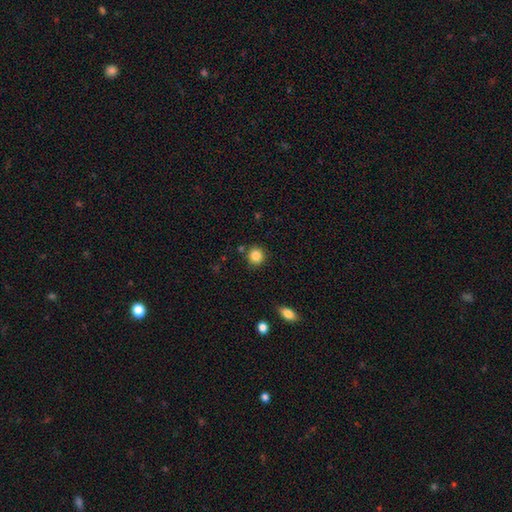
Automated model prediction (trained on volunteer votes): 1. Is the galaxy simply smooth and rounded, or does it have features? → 86% smooth, 10% star or artifact, 4% featured or disk.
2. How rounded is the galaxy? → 91% round, 8% in between, 1% cigar-shaped.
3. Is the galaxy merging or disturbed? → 85% none, 8% minor disturbance, 4% merger, 3% major disturbance.